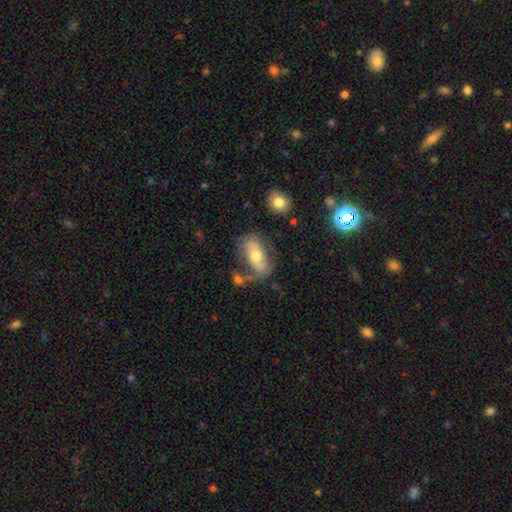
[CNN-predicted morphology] This is possibly a featured or disk galaxy (54%). It is clearly not viewed edge-on (89%). Merging: possibly none (58%).